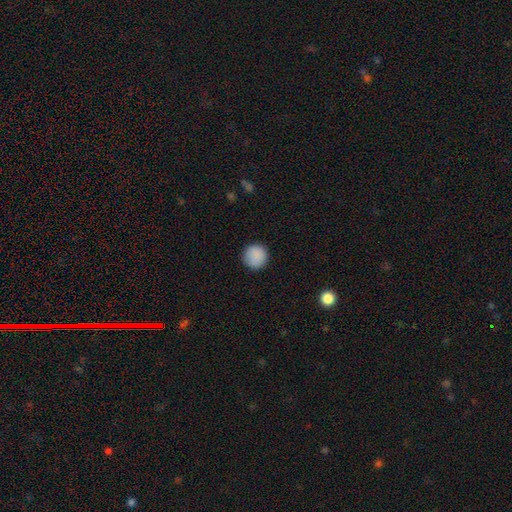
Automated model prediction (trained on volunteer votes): Morphology: type=smooth (89%); roundness=round (95%); merging=none (90%).